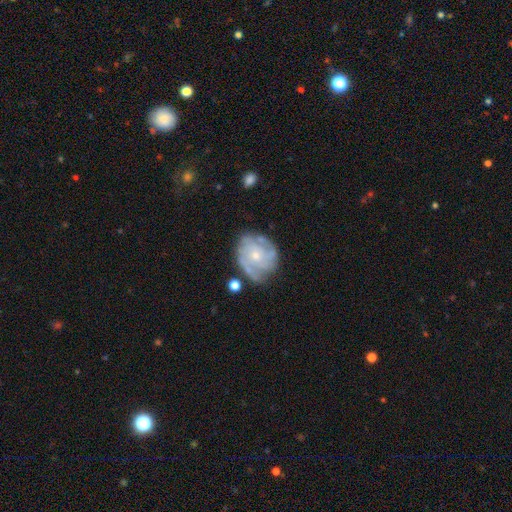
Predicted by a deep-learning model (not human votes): This appears to be a featured or disk galaxy (79%) with no bar (77%), tight (56%) spiral arms (91%) and a small central bulge (69%). Merging: none (65%).